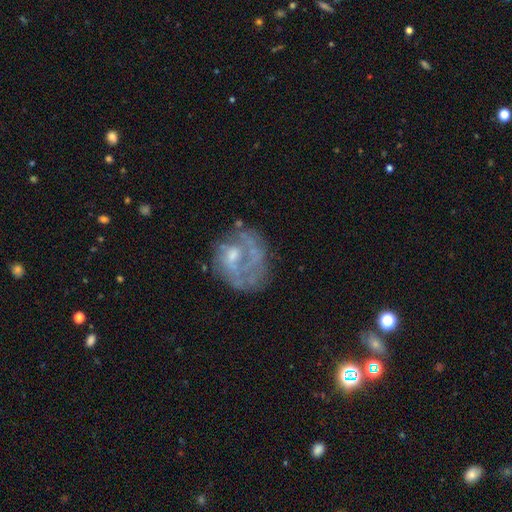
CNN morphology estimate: Q: Smooth or featured?
A: featured or disk (65%); runner-up: smooth (23%)
Q: Edge-on disk?
A: no (97%); runner-up: yes (3%)
Q: Bar?
A: no (70%); runner-up: weak (25%)
Q: Spiral arms?
A: yes (51%); runner-up: no (49%)
Q: Bulge size?
A: moderate (41%); runner-up: small (38%)
Q: Merging?
A: none (49%); runner-up: major disturbance (25%)